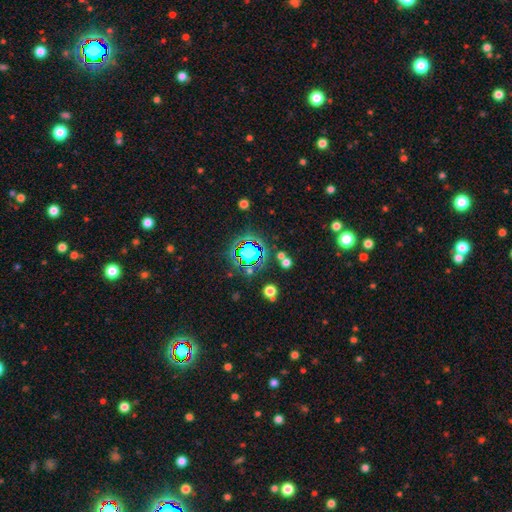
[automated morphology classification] This is likely a star or artifact rather than a galaxy (78%).